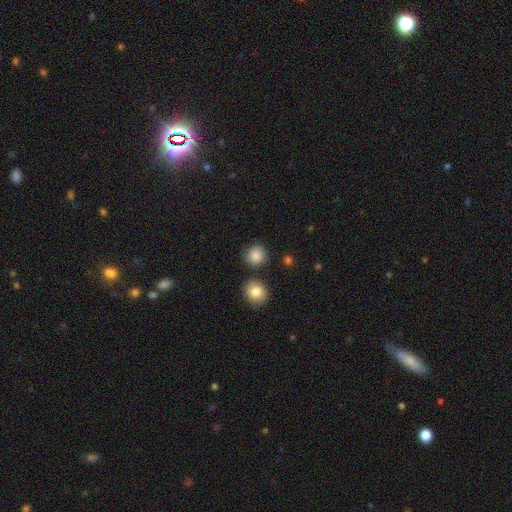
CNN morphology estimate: Smooth or featured? Predicted: smooth (p=0.85). How rounded? Predicted: round (p=0.88). Merging? Predicted: none (p=0.77).